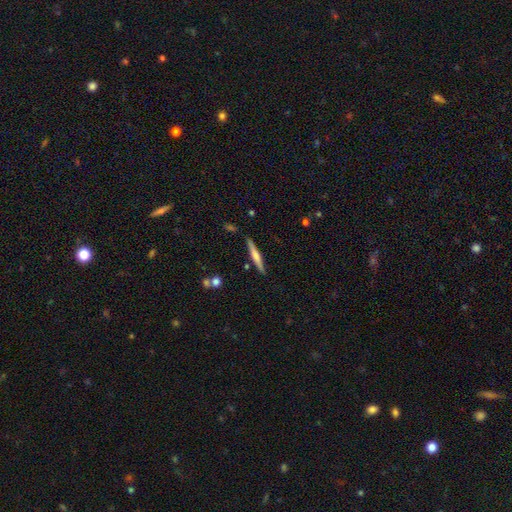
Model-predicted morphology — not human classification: Overall: smooth (48%; featured or disk 46%). Merging: none (87%).